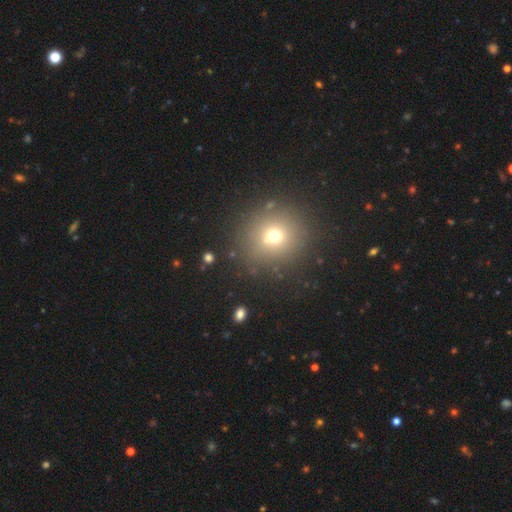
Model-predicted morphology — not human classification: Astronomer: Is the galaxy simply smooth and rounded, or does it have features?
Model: smooth — 63%.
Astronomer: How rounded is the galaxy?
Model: round — 91%.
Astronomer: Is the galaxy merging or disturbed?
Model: none — 88%.